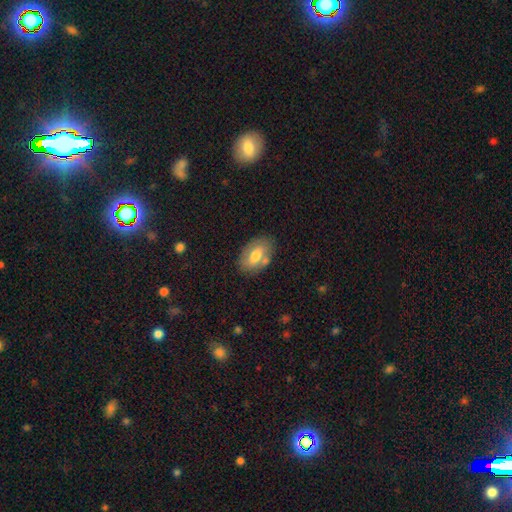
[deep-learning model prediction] Smooth or featured? smooth (58%)
How rounded? in between (89%)
Merging? none (71%)